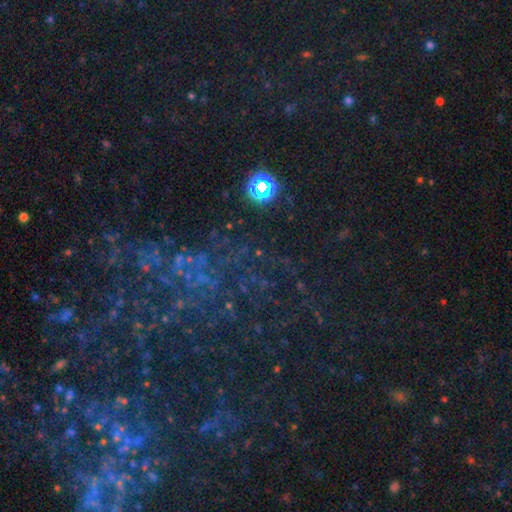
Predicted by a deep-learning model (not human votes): Q: Smooth or featured?
A: star or artifact (68%); runner-up: smooth (19%)